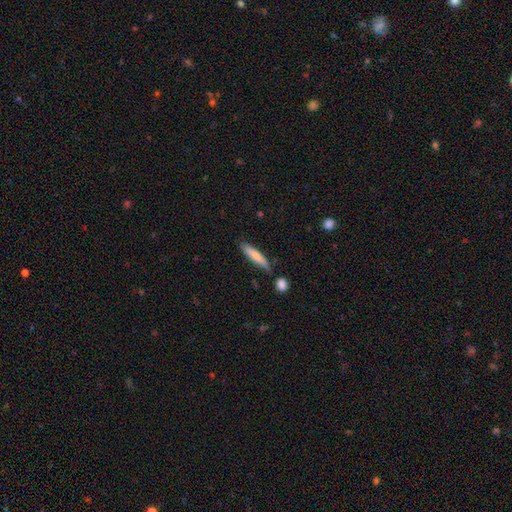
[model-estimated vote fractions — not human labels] Smooth or featured? Predicted: smooth (p=0.73). How rounded? Predicted: cigar-shaped (p=0.85). Merging? Predicted: none (p=0.78).